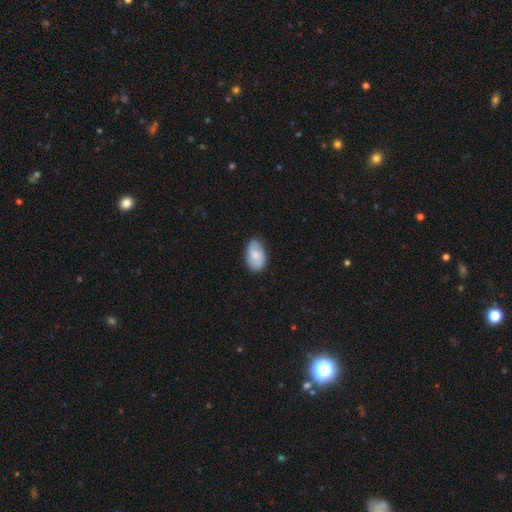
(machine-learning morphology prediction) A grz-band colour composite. It shows a smooth galaxy with no disk features (74%) that is in between round and cigar-shaped (92%). Merging: none (75%).